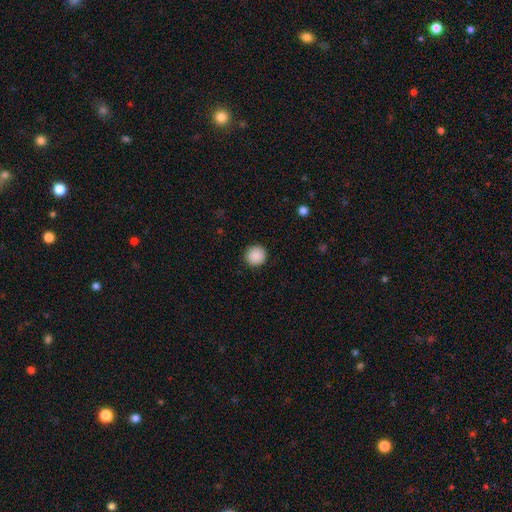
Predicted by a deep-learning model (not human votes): The model was most divided on "smooth or featured": smooth: 89%, star or artifact: 8%, featured or disk: 2%. More confident: how rounded — round (95%); merging — none (92%).